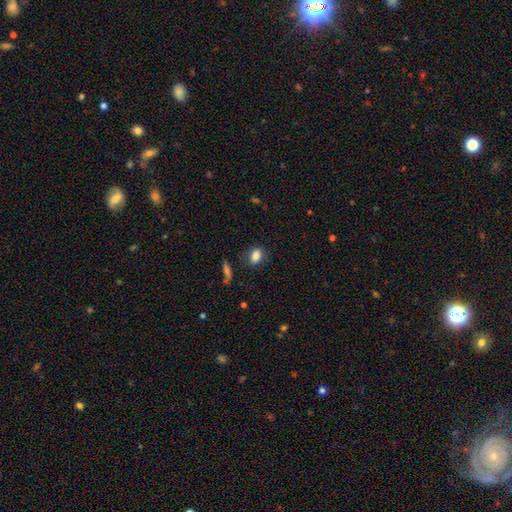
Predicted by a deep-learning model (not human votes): Morphology: type=smooth (84%); roundness=in between (80%); merging=none (80%).